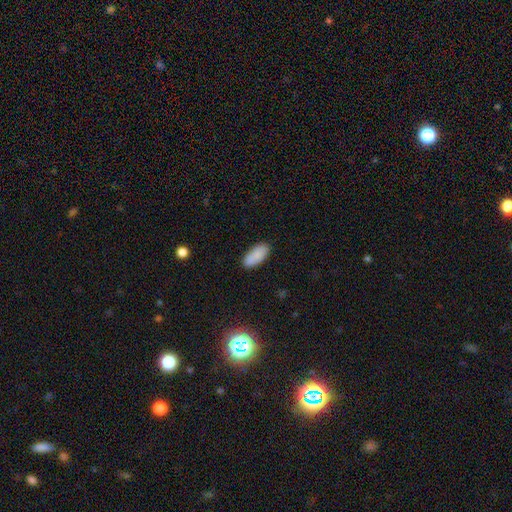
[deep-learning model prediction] smooth 88%, star or artifact 7%, featured or disk 6%. Down the decision tree: how rounded — in between (88%); merging — none (87%).